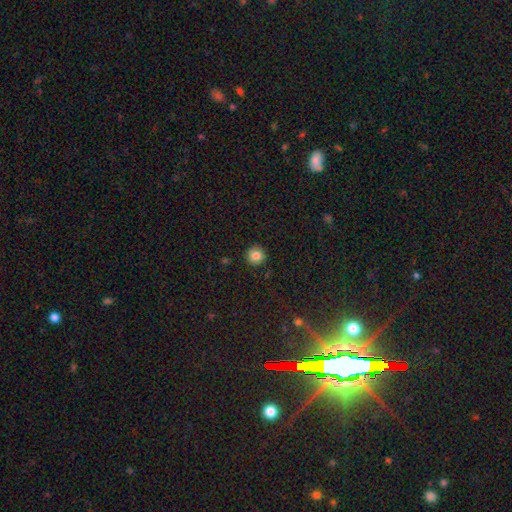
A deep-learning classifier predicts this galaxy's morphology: This is clearly a smooth galaxy (84%). How rounded: clearly round (94%). Merging: clearly none (91%).